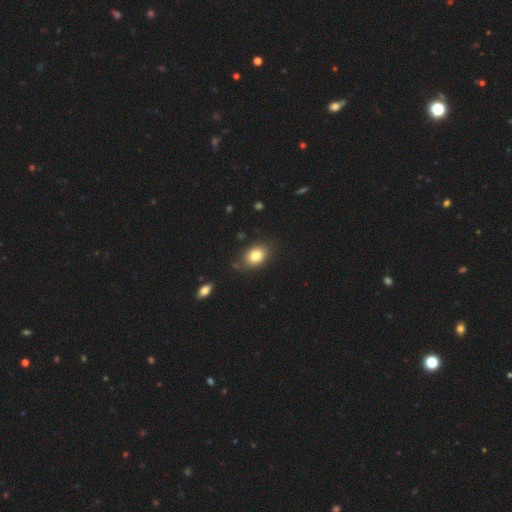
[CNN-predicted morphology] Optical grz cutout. It shows a smooth galaxy with no disk features (82%) that is in between round and cigar-shaped (74%). Merging: none (82%).